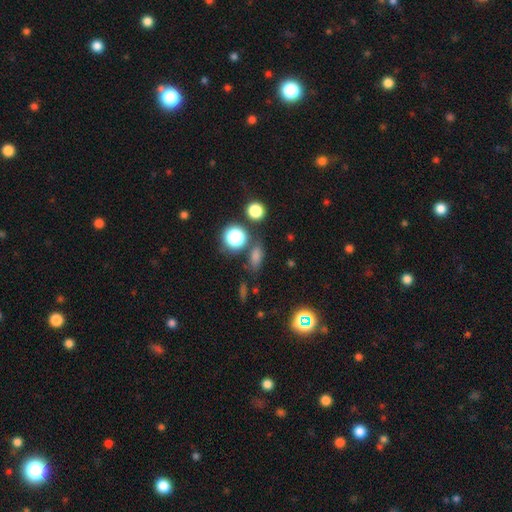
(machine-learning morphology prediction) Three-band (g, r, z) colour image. It shows a smooth galaxy with no disk features (64%) that is in between round and cigar-shaped (62%). Merging: none (75%).